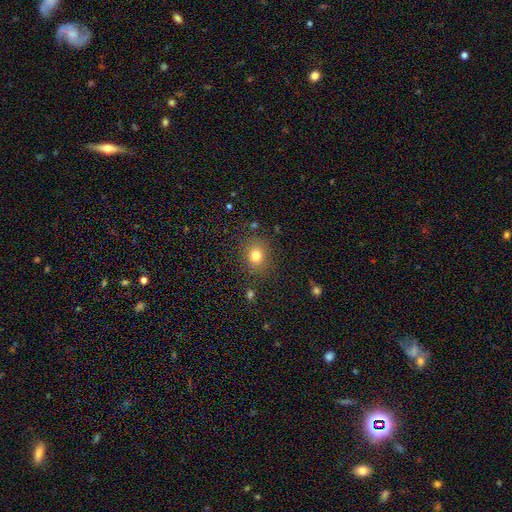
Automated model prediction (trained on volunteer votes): The model was most divided on "how rounded": round: 61%, in between: 38%, cigar-shaped: 1%. More confident: merging — none (83%); smooth or featured — smooth (79%).